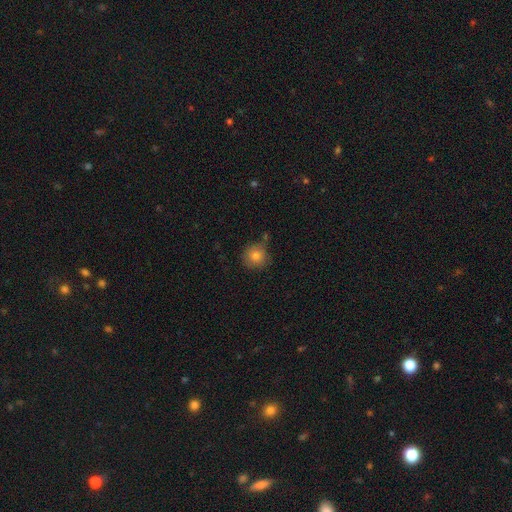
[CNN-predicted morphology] Smooth or featured? smooth (82%)
How rounded? round (92%)
Merging? none (73%)